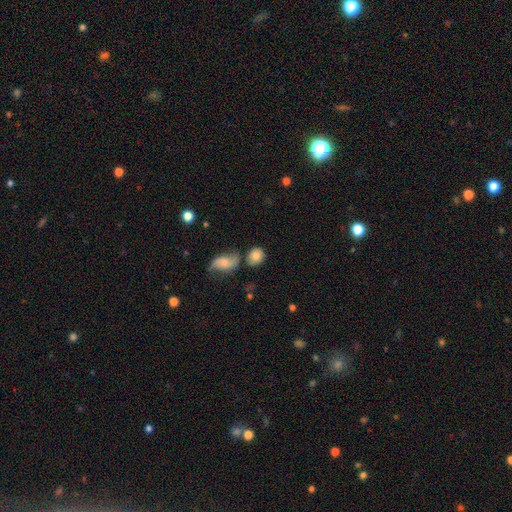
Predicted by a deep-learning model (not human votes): This is likely a smooth galaxy (77%). How rounded: possibly round (59%). Merging: possibly none (58%).